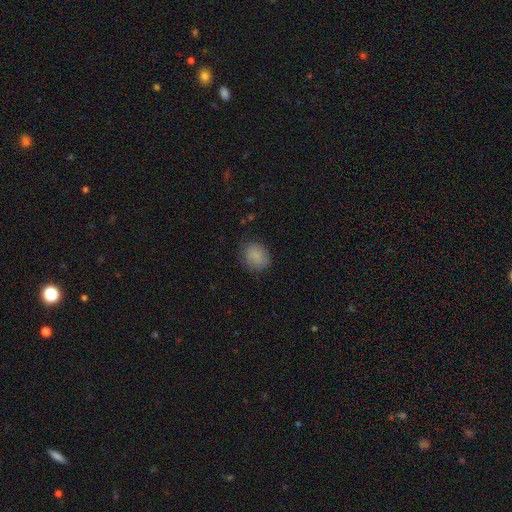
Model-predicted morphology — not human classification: A smooth galaxy with no disk features (85%) that is round (63%). Merging: none (79%).